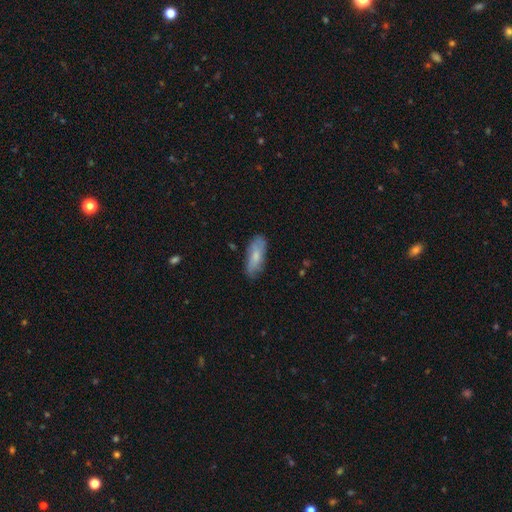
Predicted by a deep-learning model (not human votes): Smooth or featured? Predicted: smooth (p=0.70). How rounded? Predicted: in between (p=0.74). Merging? Predicted: none (p=0.75).